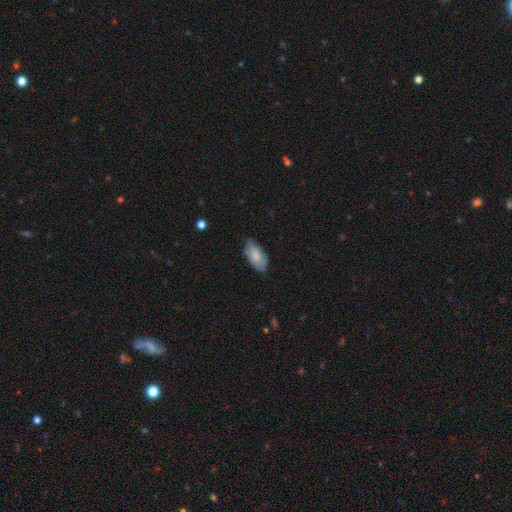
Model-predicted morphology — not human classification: Smooth or featured? Predicted: smooth (p=0.79). How rounded? Predicted: in between (p=0.93). Merging? Predicted: none (p=0.74).